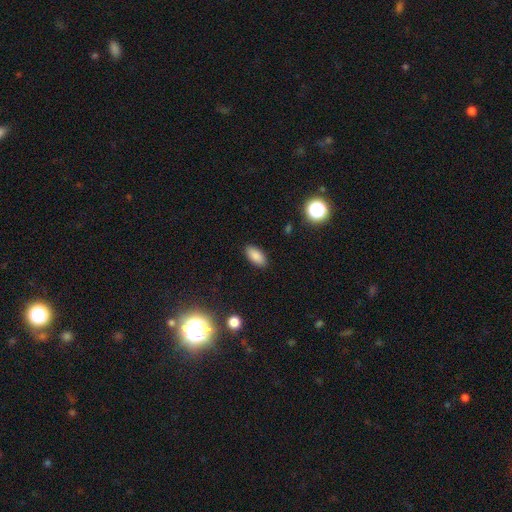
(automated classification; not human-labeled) smooth 86%, star or artifact 9%, featured or disk 5%. Down the decision tree: how rounded — in between (91%); merging — none (89%).